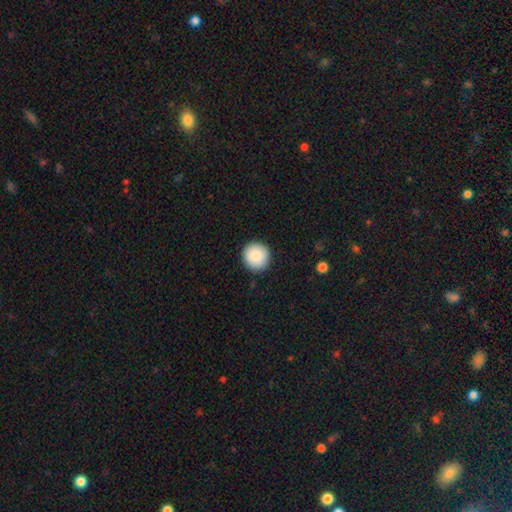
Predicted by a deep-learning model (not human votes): This is clearly a smooth galaxy (88%). How rounded: clearly round (95%). Merging: clearly none (92%).